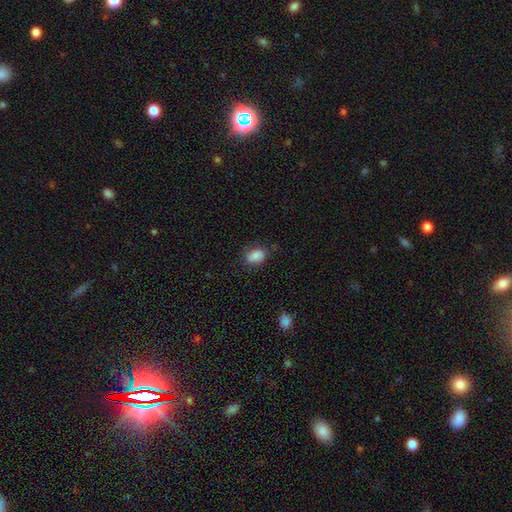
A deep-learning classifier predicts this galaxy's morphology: The model was most divided on "merging": none: 65%, minor disturbance: 24%, major disturbance: 9%, merger: 2%. More confident: smooth or featured — smooth (80%); how rounded — in between (71%).